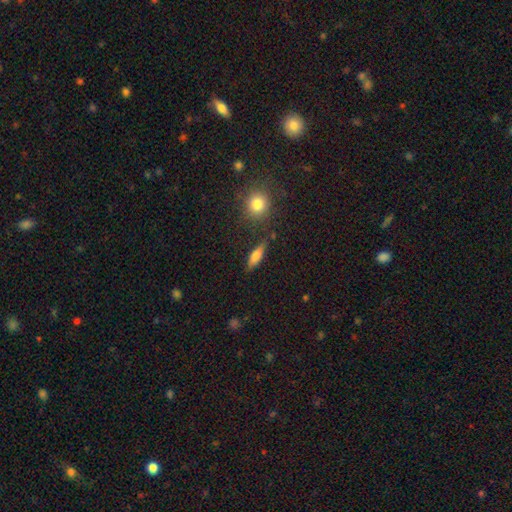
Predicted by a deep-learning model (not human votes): This appears to be a smooth galaxy with no disk features (71%) that is cigar-shaped (49%). Merging: none (78%).